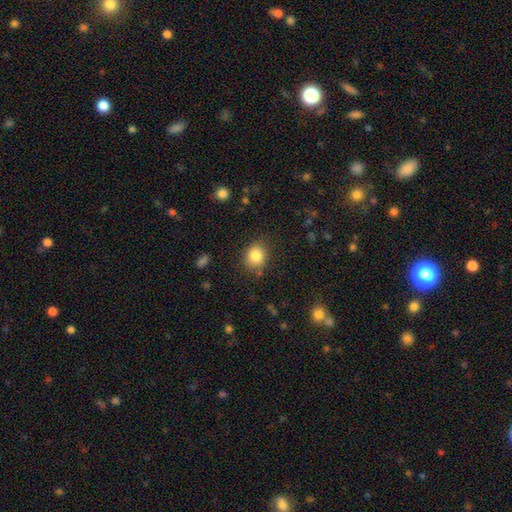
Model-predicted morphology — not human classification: type=smooth (84%); roundness=round (67%); merging=none (81%).